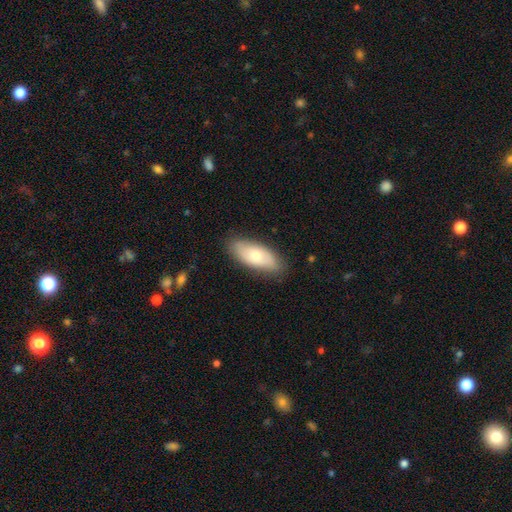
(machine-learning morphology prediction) Q: Smooth or featured?
A: smooth (67%); runner-up: featured or disk (27%)
Q: How rounded?
A: in between (81%); runner-up: cigar-shaped (16%)
Q: Merging?
A: none (84%); runner-up: minor disturbance (13%)